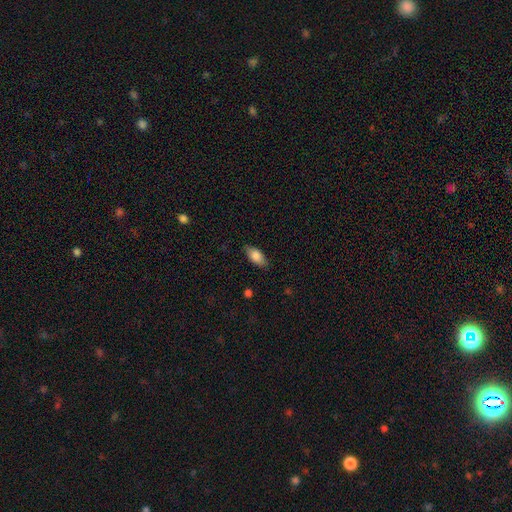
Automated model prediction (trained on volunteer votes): The model was most divided on "merging": none: 84%, minor disturbance: 13%, major disturbance: 3%, merger: 1%. More confident: how rounded — in between (88%); smooth or featured — smooth (83%).